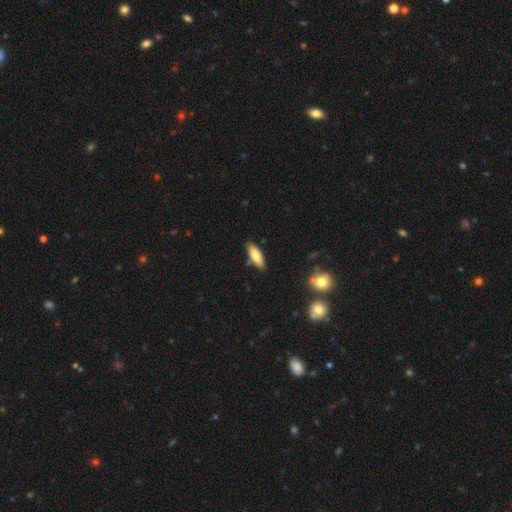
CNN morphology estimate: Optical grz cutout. It shows a smooth galaxy with no disk features (75%) that is in between round and cigar-shaped (59%). Merging: none (83%).